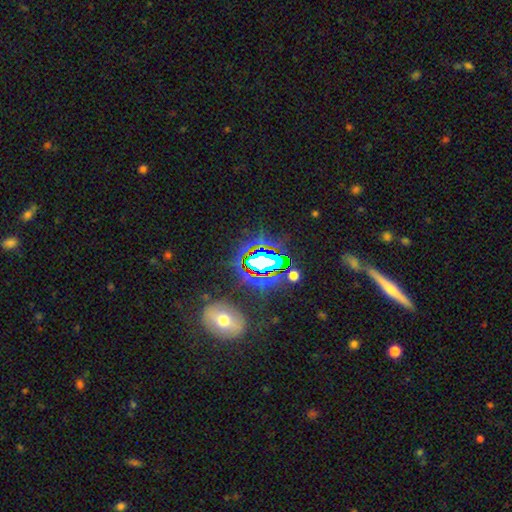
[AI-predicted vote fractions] A star or artifact, not a galaxy (58%).